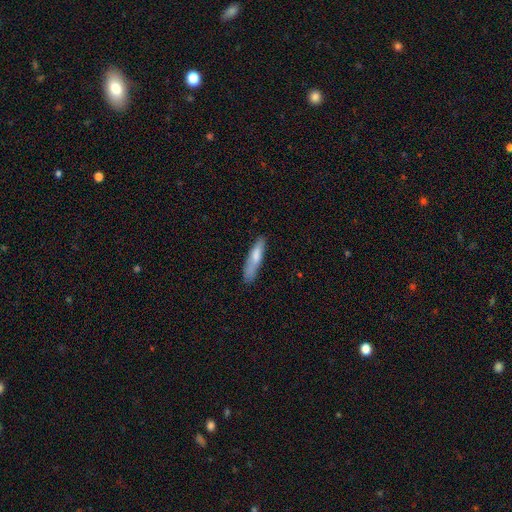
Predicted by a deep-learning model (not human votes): This appears to be a smooth galaxy with no disk features (70%) that is cigar-shaped (85%). Merging: none (80%).